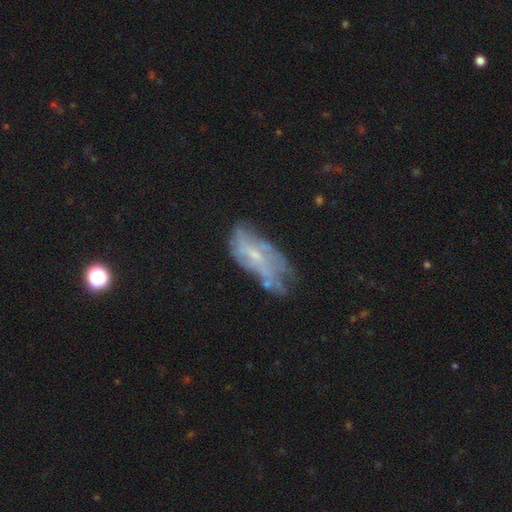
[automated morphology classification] type=featured or disk (61%); edge-on=no (91%); bar=no (56%); spiral arms=no (50%, tied with yes); bulge=small (64%); merging=none (38%).